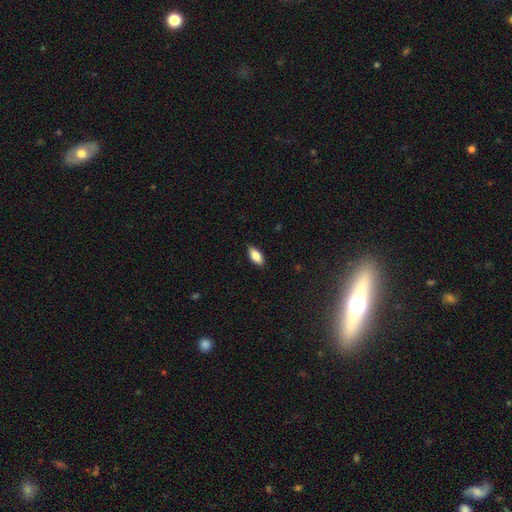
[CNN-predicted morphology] Q: Smooth or featured?
A: smooth (81%); runner-up: featured or disk (12%)
Q: How rounded?
A: in between (85%); runner-up: cigar-shaped (13%)
Q: Merging?
A: none (87%); runner-up: minor disturbance (10%)